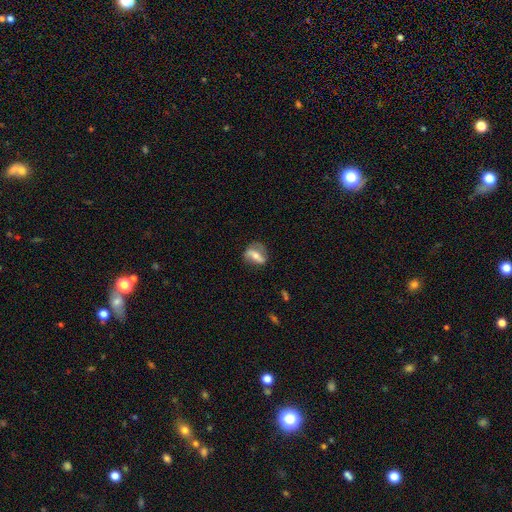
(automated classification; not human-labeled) Smooth or featured? featured or disk (58%)
Edge-on disk? no (87%)
Bar? strong (56%)
Spiral arms? yes (68%)
Bulge size? moderate (52%)
Merging? none (66%)